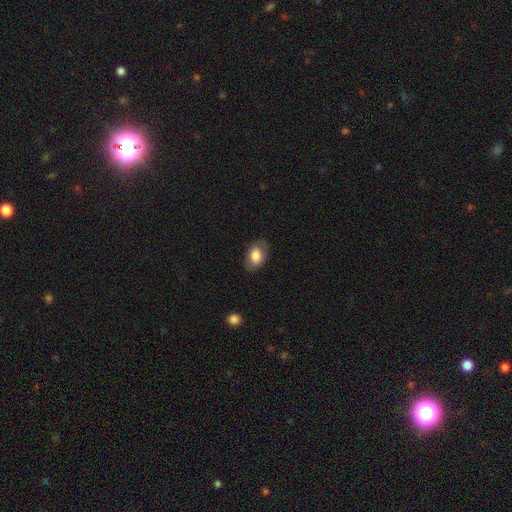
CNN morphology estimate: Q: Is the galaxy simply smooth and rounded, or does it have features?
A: smooth — 77%.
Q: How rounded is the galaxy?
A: in between — 88%.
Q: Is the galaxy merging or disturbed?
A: none — 79%.